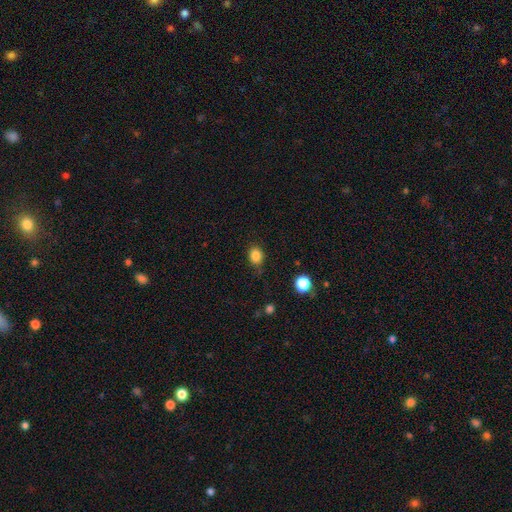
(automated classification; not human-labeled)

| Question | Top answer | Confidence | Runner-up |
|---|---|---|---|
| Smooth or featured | smooth | 84% | star or artifact (11%) |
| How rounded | round | 55% | in between (44%) |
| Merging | none | 79% | minor disturbance (15%) |